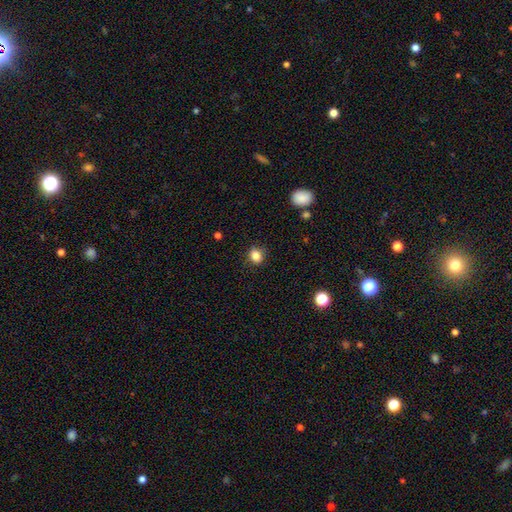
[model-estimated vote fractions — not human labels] Smooth or featured? Predicted: smooth (p=0.84). How rounded? Predicted: round (p=0.64). Merging? Predicted: none (p=0.83).